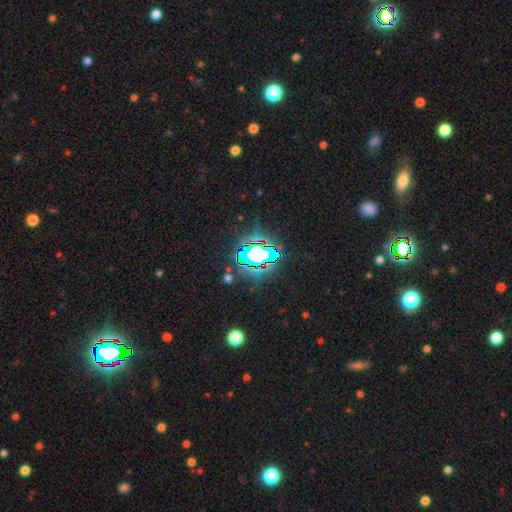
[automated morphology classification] A star or artifact, not a galaxy (68%).

Vote fractions:
- Smooth or featured? star or artifact: 68% / smooth: 18% / featured or disk: 14%